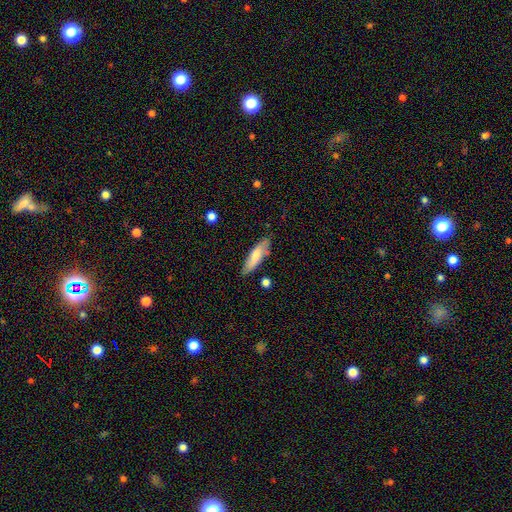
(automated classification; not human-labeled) Q: Smooth or featured?
A: smooth (70%); runner-up: featured or disk (23%)
Q: How rounded?
A: cigar-shaped (57%); runner-up: in between (41%)
Q: Merging?
A: none (77%); runner-up: minor disturbance (16%)